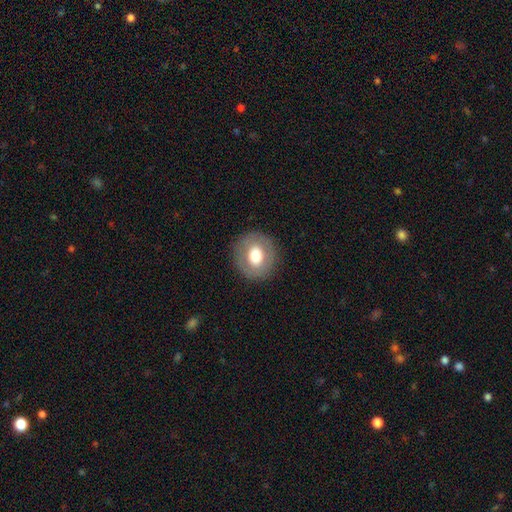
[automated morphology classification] Smooth or featured? Predicted: smooth (p=0.64). How rounded? Predicted: round (p=0.82). Merging? Predicted: none (p=0.87).